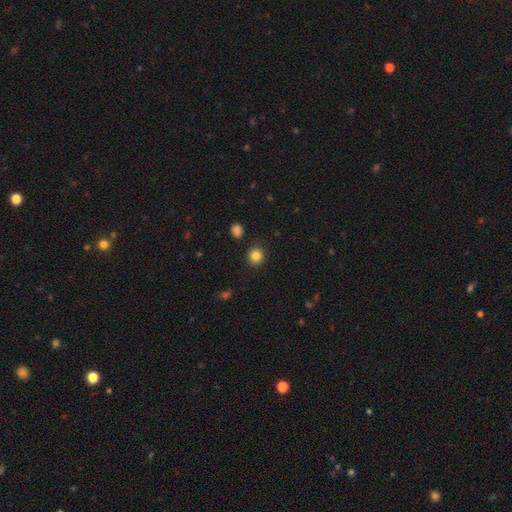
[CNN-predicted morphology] Q: Smooth or featured?
A: smooth (84%); runner-up: star or artifact (11%)
Q: How rounded?
A: round (91%); runner-up: in between (8%)
Q: Merging?
A: none (91%); runner-up: minor disturbance (5%)